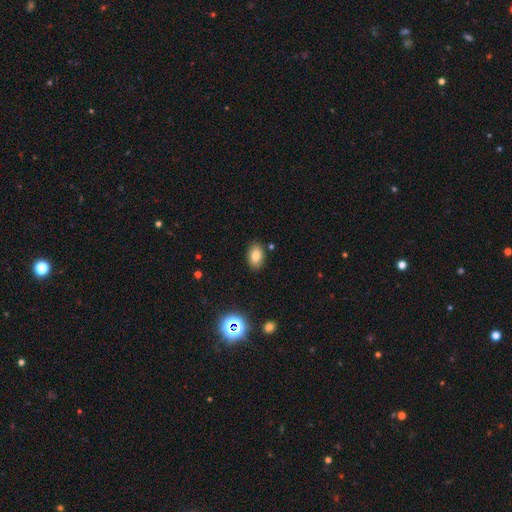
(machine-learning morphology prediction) Smooth or featured? Predicted: smooth (p=0.80). How rounded? Predicted: in between (p=0.86). Merging? Predicted: none (p=0.87).